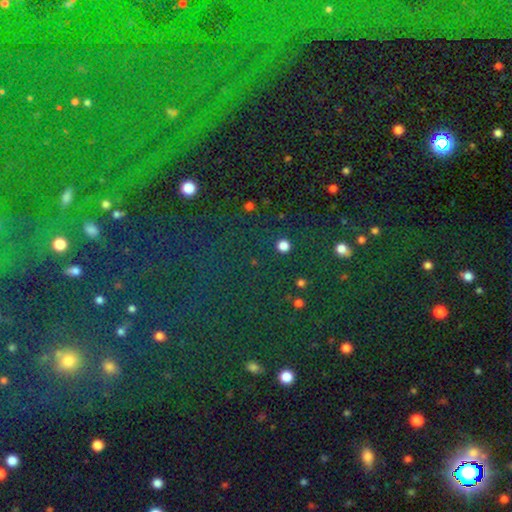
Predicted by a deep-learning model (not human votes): Morphology: type=star or artifact (76%).